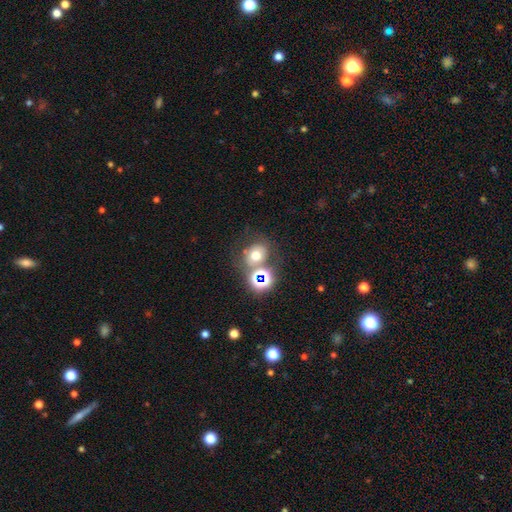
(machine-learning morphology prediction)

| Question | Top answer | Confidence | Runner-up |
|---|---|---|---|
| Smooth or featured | smooth | 58% | star or artifact (26%) |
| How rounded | round | 67% | in between (32%) |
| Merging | none | 52% | merger (29%) |